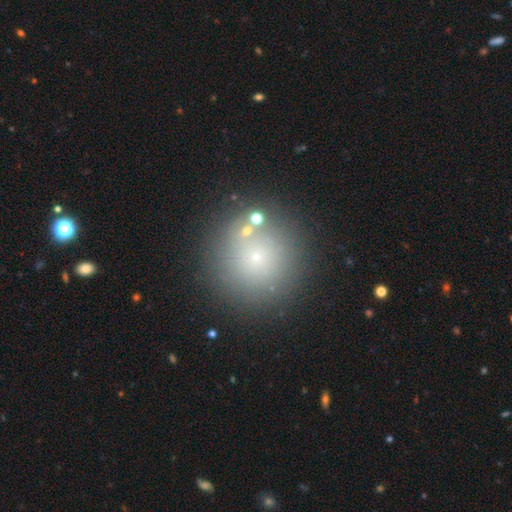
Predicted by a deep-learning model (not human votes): Smooth or featured?
  - smooth: 62% *
  - star or artifact: 23%
  - featured or disk: 15%
How rounded?
  - round: 95% *
  - in between: 4%
  - cigar-shaped: 1%
Merging?
  - none: 84% *
  - minor disturbance: 7%
  - merger: 5%
  - major disturbance: 3%